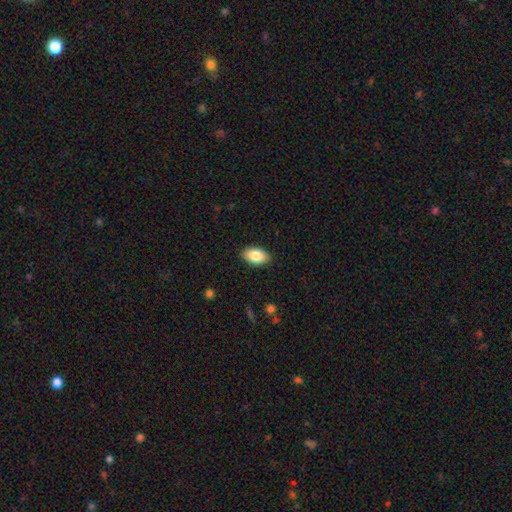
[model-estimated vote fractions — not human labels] This is clearly a smooth galaxy (85%). How rounded: clearly in between (93%). Merging: clearly none (89%).